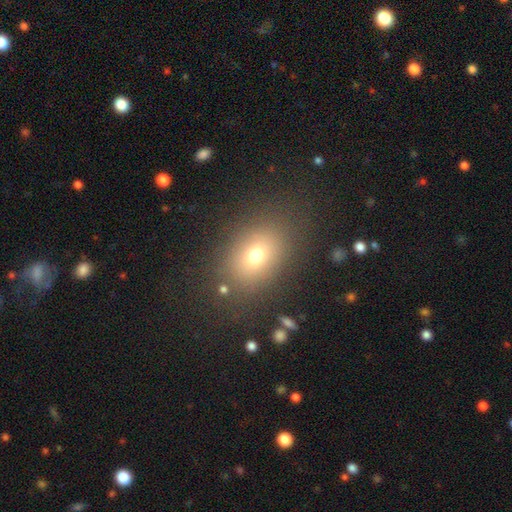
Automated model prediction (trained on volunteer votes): Smooth or featured? Predicted: smooth (p=0.71). How rounded? Predicted: in between (p=0.69). Merging? Predicted: none (p=0.82).